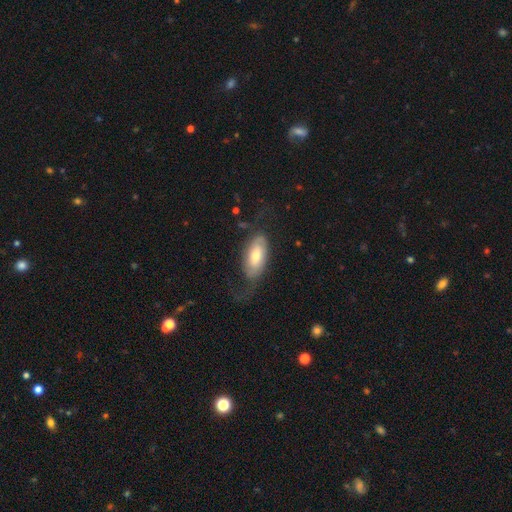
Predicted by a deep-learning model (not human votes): Smooth or featured?
  - featured or disk: 54% *
  - smooth: 39%
  - star or artifact: 8%
Edge-on disk?
  - no: 88% *
  - yes: 12%
Merging?
  - none: 50% *
  - major disturbance: 28%
  - minor disturbance: 20%
  - merger: 2%